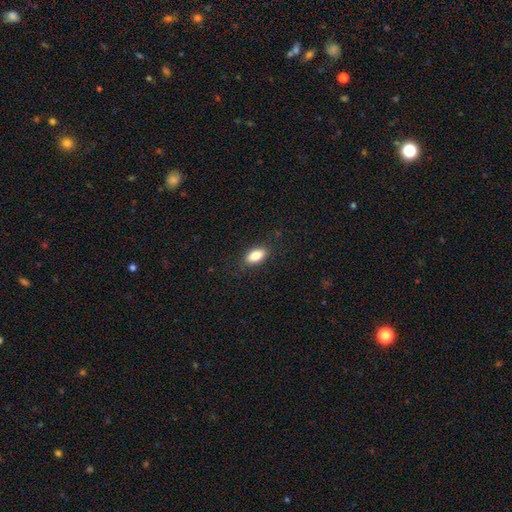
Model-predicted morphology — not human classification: Overall: smooth (85%). How rounded: in between (89%). Merging: none (86%).